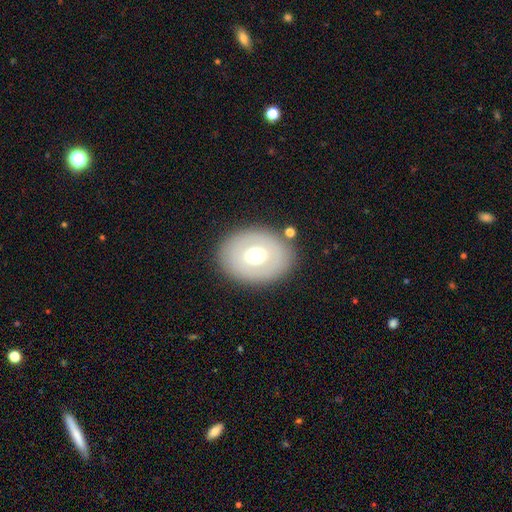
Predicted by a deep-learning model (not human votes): smooth 55%, featured or disk 37%, star or artifact 8%. Down the decision tree: how rounded — in between (51%); merging — none (84%).